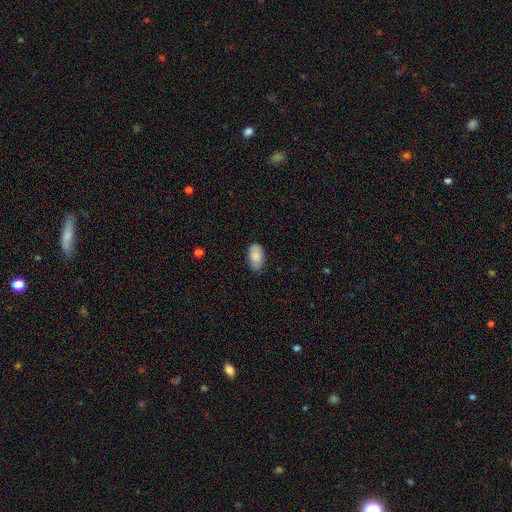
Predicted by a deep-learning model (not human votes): Smooth or featured?
  - smooth: 84% *
  - featured or disk: 10%
  - star or artifact: 6%
How rounded?
  - in between: 94% *
  - round: 3%
  - cigar-shaped: 2%
Merging?
  - none: 79% *
  - minor disturbance: 17%
  - major disturbance: 3%
  - merger: 1%